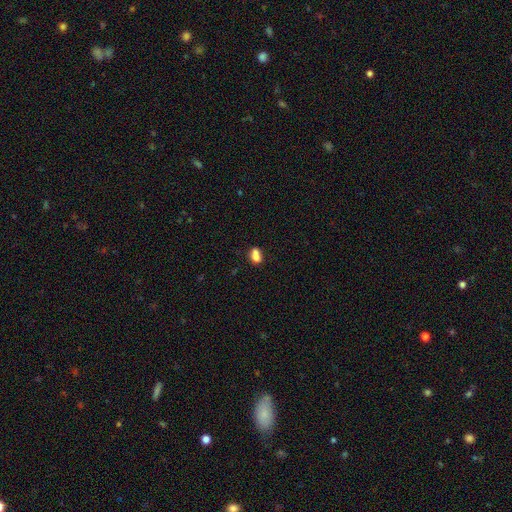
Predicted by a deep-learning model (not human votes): A smooth galaxy with no disk features (73%) that is in between round and cigar-shaped (60%).

Vote fractions:
- Smooth or featured? smooth: 73% / featured or disk: 16% / star or artifact: 12%
- How rounded? in between: 60% / round: 38% / cigar-shaped: 2%
- Merging? merger: 48% / none: 34% / minor disturbance: 12% / major disturbance: 6%